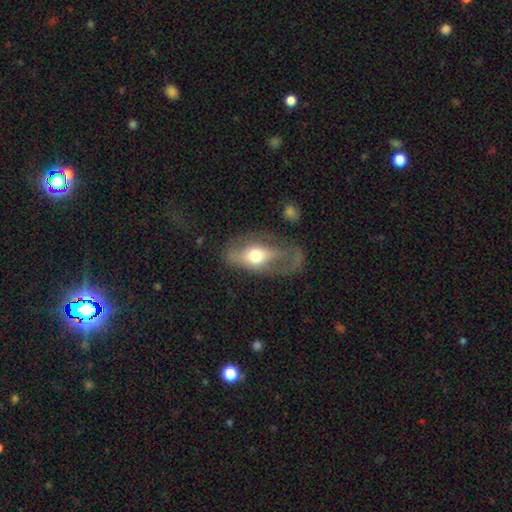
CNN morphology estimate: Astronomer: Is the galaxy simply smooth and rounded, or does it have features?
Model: featured or disk — 48% (runner-up: smooth, 44%).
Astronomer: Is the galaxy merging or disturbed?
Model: major disturbance — 38% (runner-up: none, 36%).